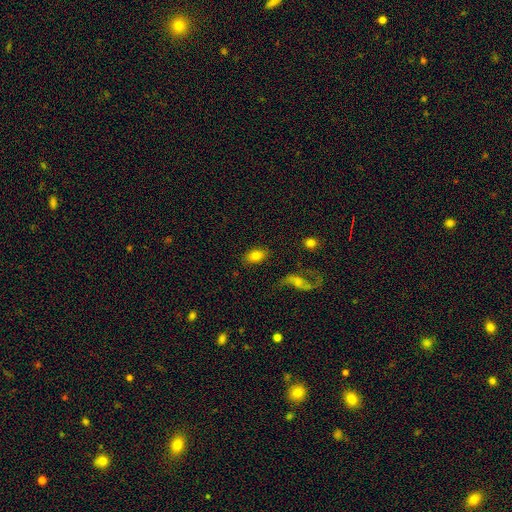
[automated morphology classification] This appears to be a smooth galaxy with no disk features (79%) that is in between round and cigar-shaped (90%). Merging: none (82%).